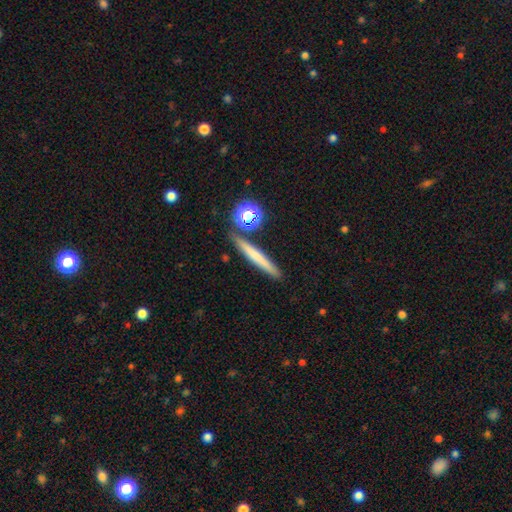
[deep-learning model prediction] Smooth or featured: smooth — 62% (featured or disk — 28%)
How rounded: cigar-shaped — 91% (in between — 5%)
Merging: none — 85% (minor disturbance — 8%)